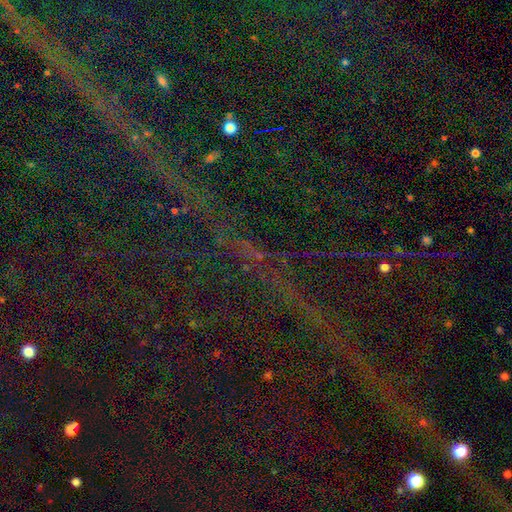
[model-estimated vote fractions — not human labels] A star or artifact, not a galaxy (83%).